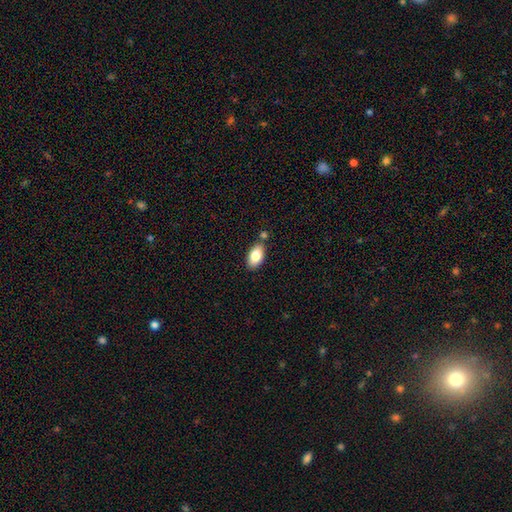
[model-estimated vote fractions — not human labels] Q: Smooth or featured?
A: smooth (82%); runner-up: featured or disk (11%)
Q: How rounded?
A: in between (93%); runner-up: round (5%)
Q: Merging?
A: none (76%); runner-up: minor disturbance (12%)